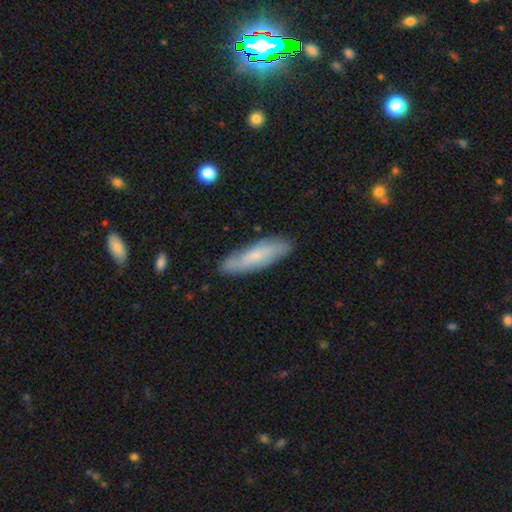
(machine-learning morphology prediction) The model was most divided on "how rounded": cigar-shaped: 62%, in between: 37%, round: 2%. More confident: merging — none (85%); smooth or featured — smooth (60%).